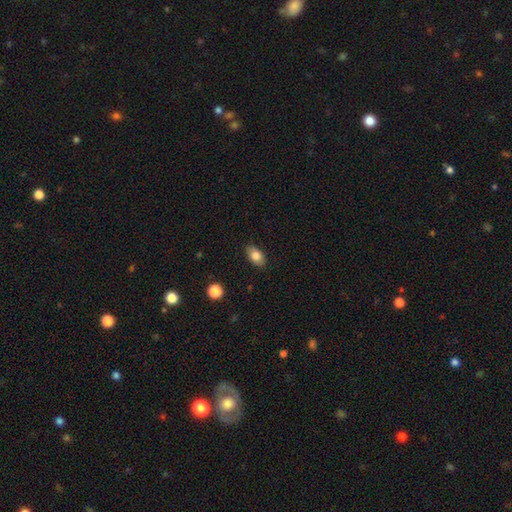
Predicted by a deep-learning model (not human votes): A smooth galaxy with no disk features (81%) that is in between round and cigar-shaped (90%).

Vote fractions:
- Smooth or featured? smooth: 81% / featured or disk: 11% / star or artifact: 8%
- How rounded? in between: 90% / round: 8% / cigar-shaped: 2%
- Merging? none: 87% / minor disturbance: 10% / major disturbance: 2% / merger: 1%